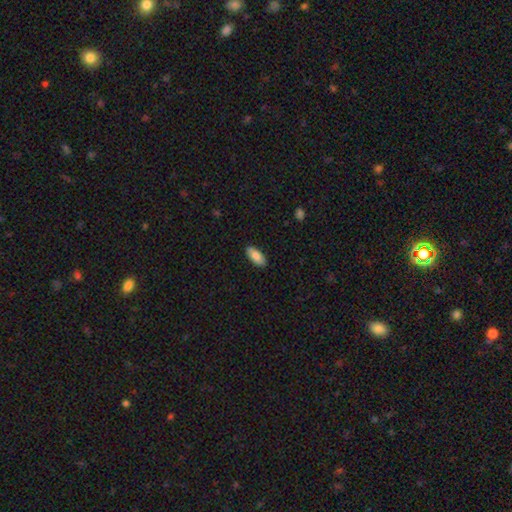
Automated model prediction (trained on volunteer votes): Smooth or featured: smooth — 85% (featured or disk — 9%)
How rounded: in between — 83% (cigar-shaped — 15%)
Merging: none — 89% (minor disturbance — 9%)